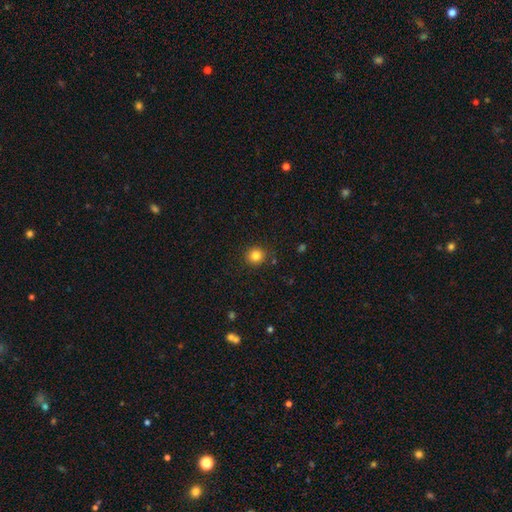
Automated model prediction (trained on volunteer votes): Smooth or featured? Predicted: smooth (p=0.83). How rounded? Predicted: round (p=0.90). Merging? Predicted: none (p=0.89).